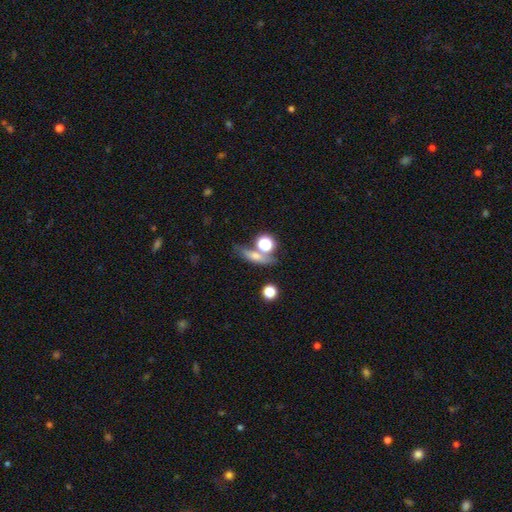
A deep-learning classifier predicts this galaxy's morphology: smooth 54%, featured or disk 28%, star or artifact 19%. Down the decision tree: how rounded — cigar-shaped (39%); merging — none (62%).